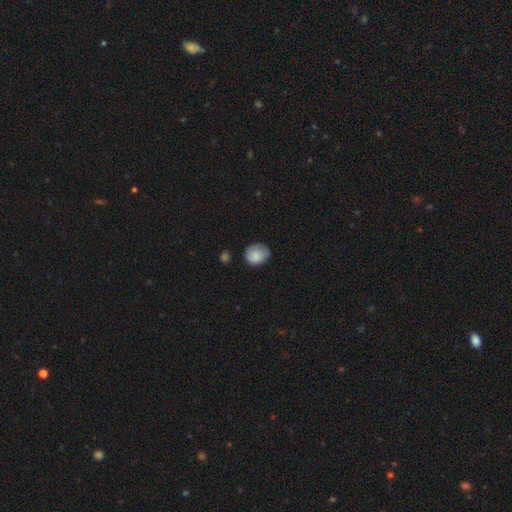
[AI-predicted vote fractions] smooth-or-featured: smooth: 81% | featured or disk: 11% | star or artifact: 8%
  how-rounded: round: 56% | in between: 43% | cigar-shaped: 1%
  merging: none: 65% | minor disturbance: 28% | major disturbance: 6% | merger: 2%